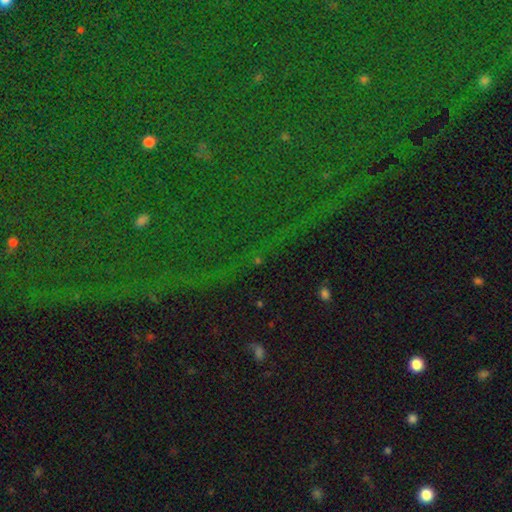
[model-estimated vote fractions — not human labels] A star or artifact, not a galaxy (85%).

Vote fractions:
- Smooth or featured? star or artifact: 85% / smooth: 7% / featured or disk: 7%